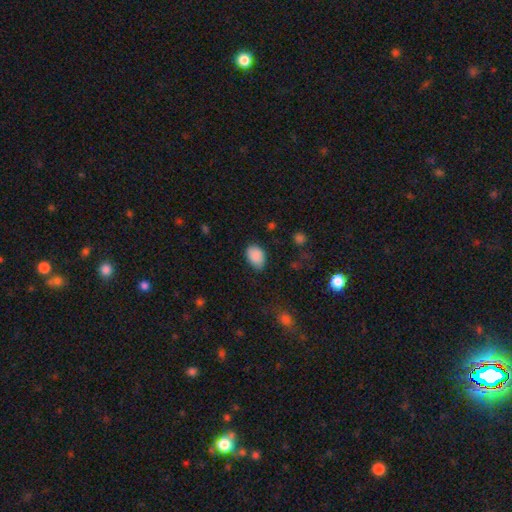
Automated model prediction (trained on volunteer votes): smooth 89%, star or artifact 8%, featured or disk 4%. Down the decision tree: how rounded — in between (84%); merging — none (76%).